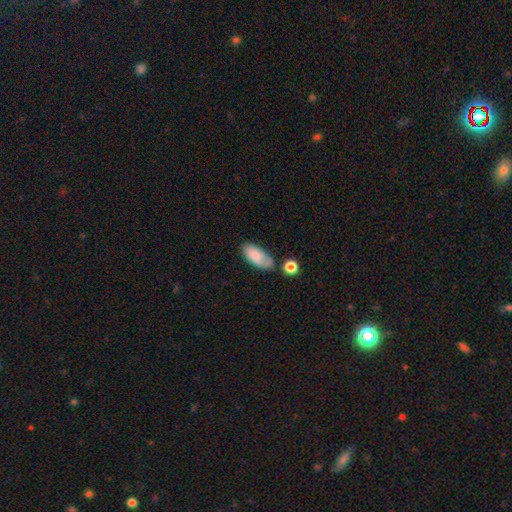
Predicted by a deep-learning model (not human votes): Smooth or featured?
  - smooth: 78% *
  - featured or disk: 14%
  - star or artifact: 7%
How rounded?
  - in between: 91% *
  - cigar-shaped: 7%
  - round: 3%
Merging?
  - none: 57% *
  - minor disturbance: 26%
  - merger: 9%
  - major disturbance: 8%